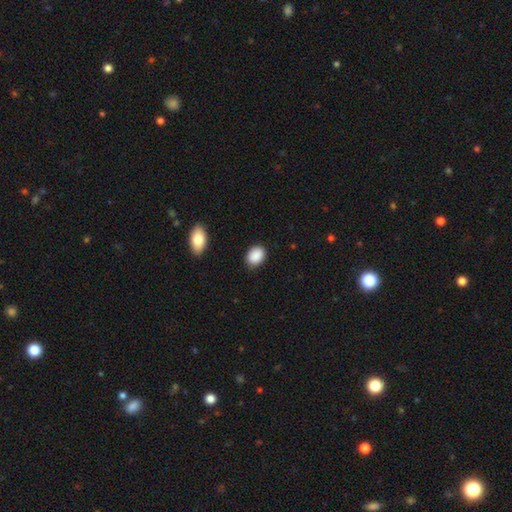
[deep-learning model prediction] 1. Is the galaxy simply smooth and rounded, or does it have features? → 90% smooth, 7% star or artifact, 3% featured or disk.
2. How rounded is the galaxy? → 75% in between, 24% round, 1% cigar-shaped.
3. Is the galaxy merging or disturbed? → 85% none, 11% minor disturbance, 2% major disturbance, 2% merger.